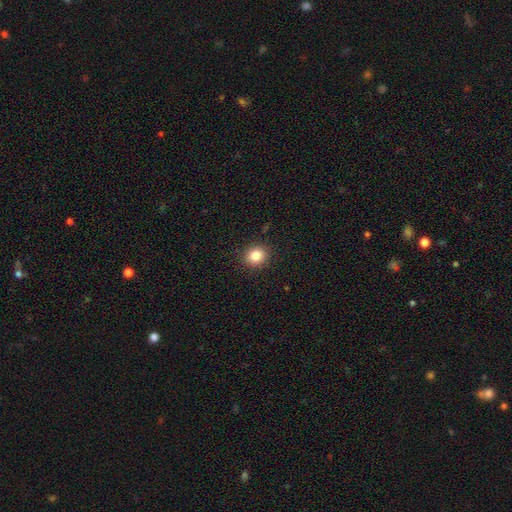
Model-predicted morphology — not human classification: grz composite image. It shows a smooth galaxy with no disk features (83%) that is round (79%). Merging: none (90%).